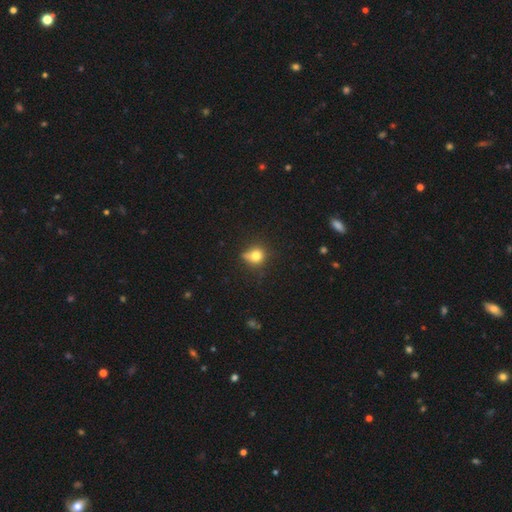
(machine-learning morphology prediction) type=smooth (76%); roundness=round (81%); merging=none (57%).